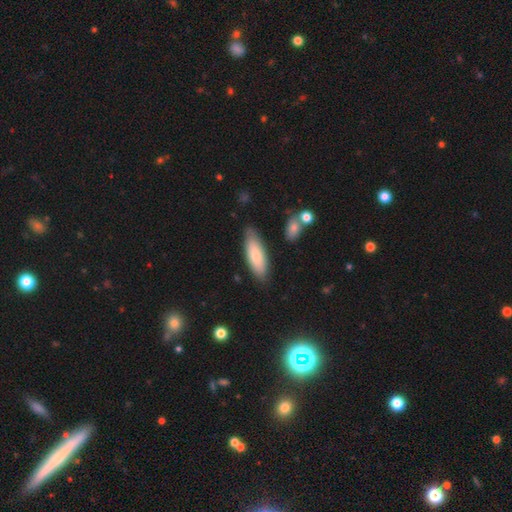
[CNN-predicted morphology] Q: Smooth or featured?
A: smooth (78%); runner-up: featured or disk (16%)
Q: How rounded?
A: in between (59%); runner-up: cigar-shaped (39%)
Q: Merging?
A: none (81%); runner-up: minor disturbance (13%)